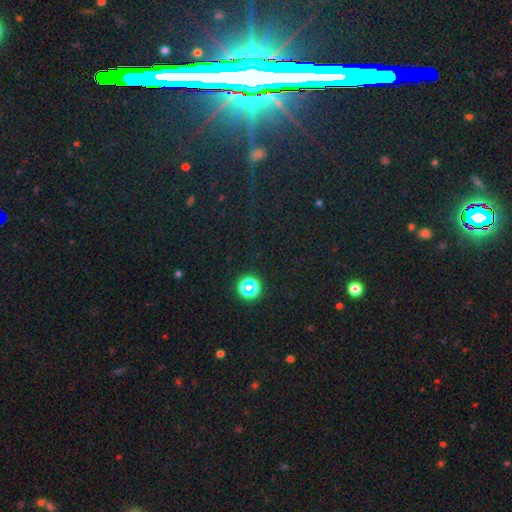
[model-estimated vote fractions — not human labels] This appears to be a star or artifact, not a galaxy (81%).